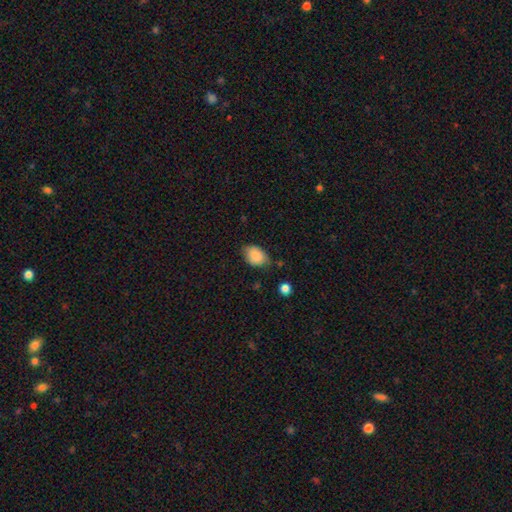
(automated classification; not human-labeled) Smooth or featured? smooth (85%)
How rounded? in between (79%)
Merging? none (66%)